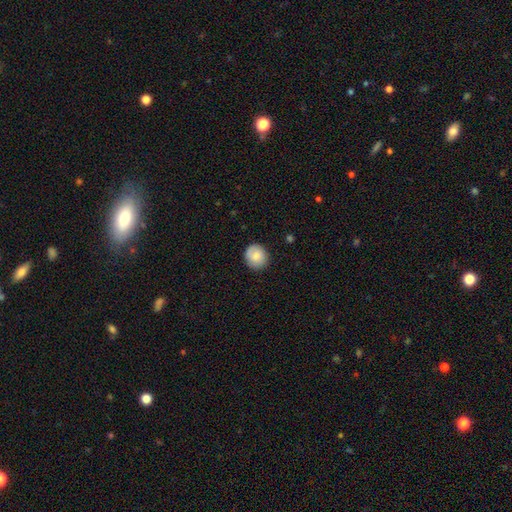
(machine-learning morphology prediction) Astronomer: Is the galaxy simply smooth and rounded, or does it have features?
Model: smooth — 81%.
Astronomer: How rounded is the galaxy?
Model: round — 88%.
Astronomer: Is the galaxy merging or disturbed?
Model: none — 85%.